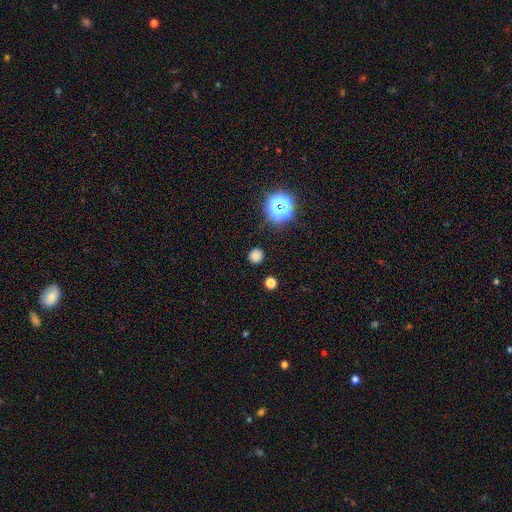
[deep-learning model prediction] A smooth galaxy with no disk features (75%) that is round (93%).

Vote fractions:
- Smooth or featured? smooth: 75% / star or artifact: 21% / featured or disk: 5%
- How rounded? round: 93% / in between: 6% / cigar-shaped: 1%
- Merging? none: 88% / minor disturbance: 7% / major disturbance: 3% / merger: 2%